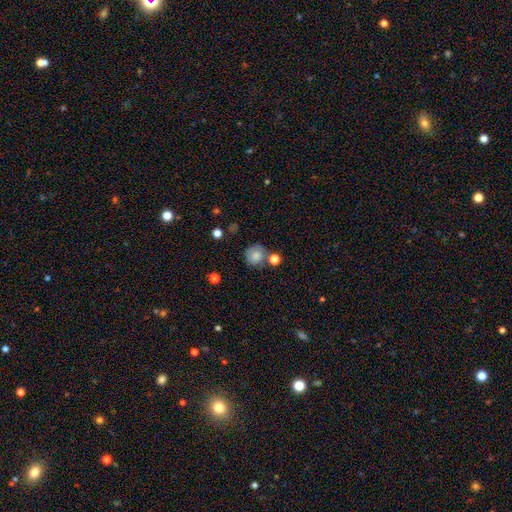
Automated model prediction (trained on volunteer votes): smooth_or_featured: smooth (p=0.79) [alt: featured or disk p=0.11]
how_rounded: round (p=0.88) [alt: in between p=0.11]
merging: none (p=0.63) [alt: minor disturbance p=0.17]